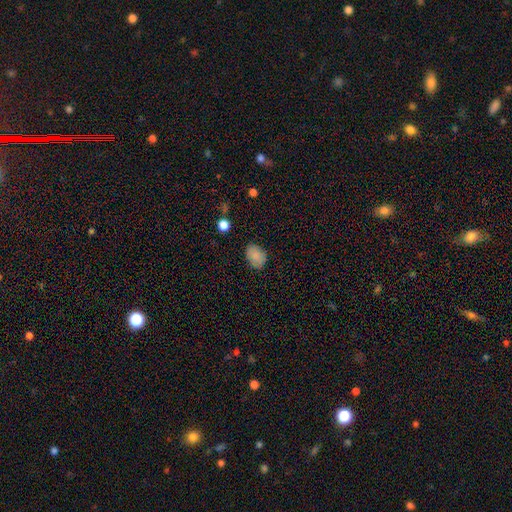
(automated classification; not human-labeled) A smooth galaxy with no disk features (85%) that is in between round and cigar-shaped (72%).

Vote fractions:
- Smooth or featured? smooth: 85% / star or artifact: 8% / featured or disk: 7%
- How rounded? in between: 72% / round: 27% / cigar-shaped: 1%
- Merging? none: 83% / minor disturbance: 13% / major disturbance: 3% / merger: 1%